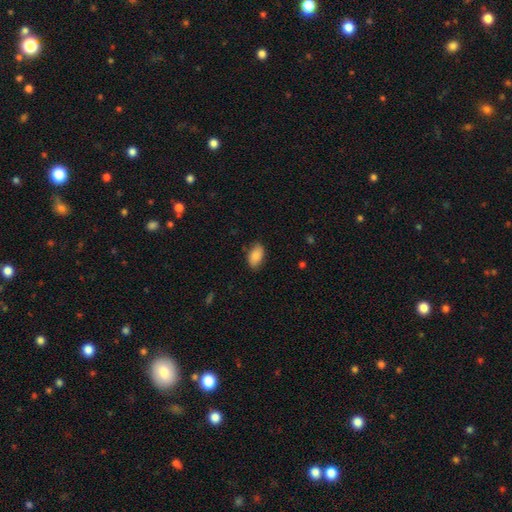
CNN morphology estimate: Smooth or featured? Predicted: smooth (p=0.86). How rounded? Predicted: in between (p=0.93). Merging? Predicted: none (p=0.81).